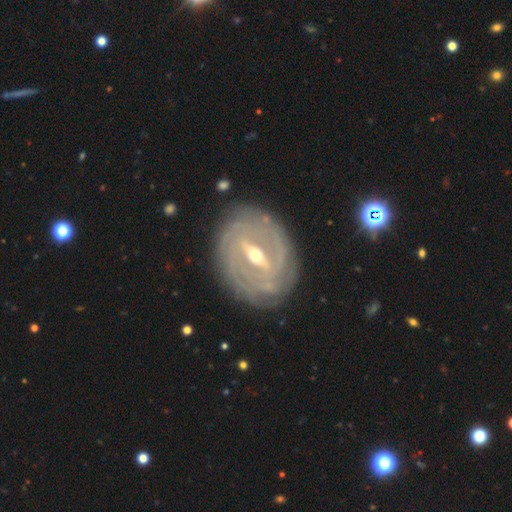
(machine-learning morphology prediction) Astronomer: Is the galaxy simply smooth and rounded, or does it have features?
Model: featured or disk — 88%.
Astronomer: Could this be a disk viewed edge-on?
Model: no — 93%.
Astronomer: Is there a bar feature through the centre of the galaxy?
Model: strong — 62%.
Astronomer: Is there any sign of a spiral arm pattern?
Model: yes — 90%.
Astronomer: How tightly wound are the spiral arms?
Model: tight — 81%.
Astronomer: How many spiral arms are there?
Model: can't tell — 38% (runner-up: 2, 20%).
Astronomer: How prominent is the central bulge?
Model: moderate — 51% (runner-up: small, 46%).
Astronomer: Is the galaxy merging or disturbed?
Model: none — 82%.